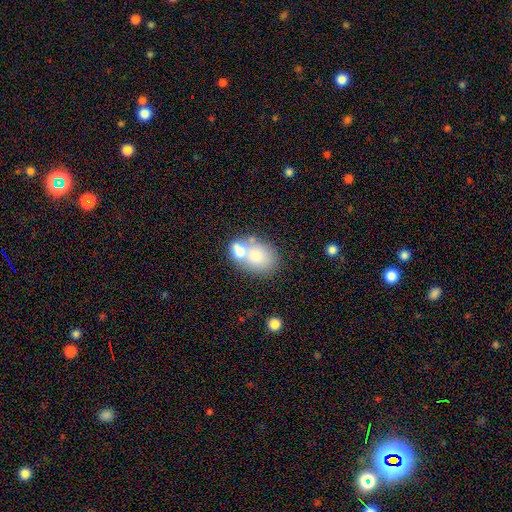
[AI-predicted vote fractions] This appears to be a smooth galaxy with no disk features (69%) that is in between round and cigar-shaped (67%). Merging: merger (47%).